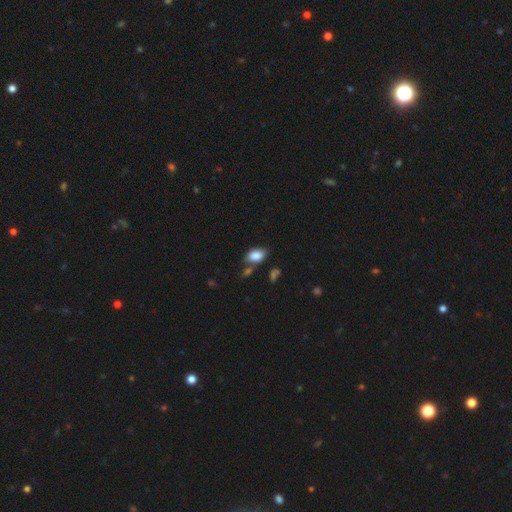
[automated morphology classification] Smooth or featured? Predicted: smooth (p=0.84). How rounded? Predicted: in between (p=0.88). Merging? Predicted: none (p=0.66).